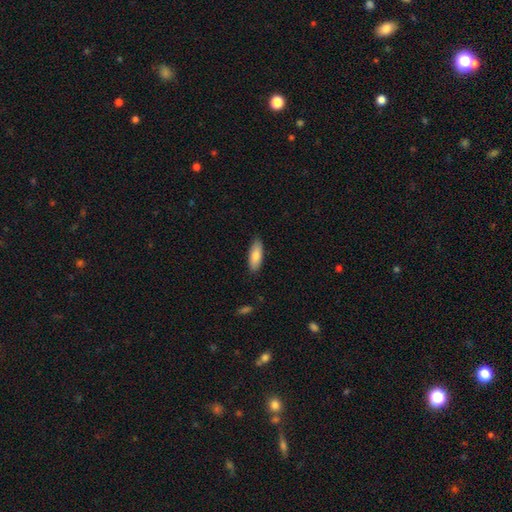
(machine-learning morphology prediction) Smooth or featured? smooth (81%)
How rounded? in between (72%)
Merging? none (86%)